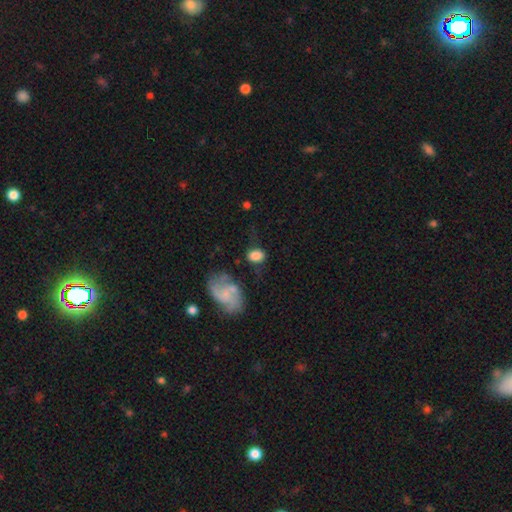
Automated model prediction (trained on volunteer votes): Smooth or featured? Predicted: smooth (p=0.76). How rounded? Predicted: in between (p=0.74). Merging? Predicted: none (p=0.55).